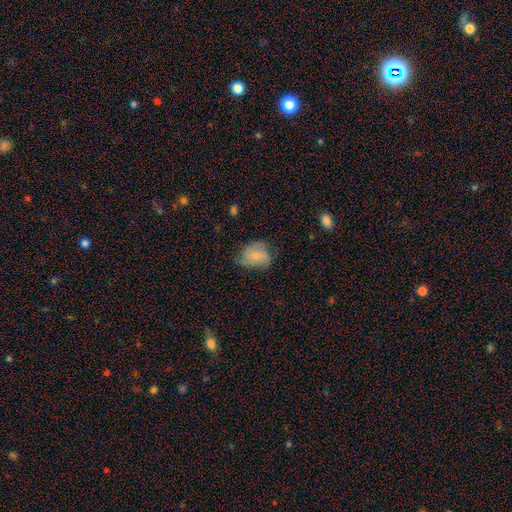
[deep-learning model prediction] This appears to be a smooth galaxy with no disk features (56%) that is in between round and cigar-shaped (61%). Merging: none (49%).